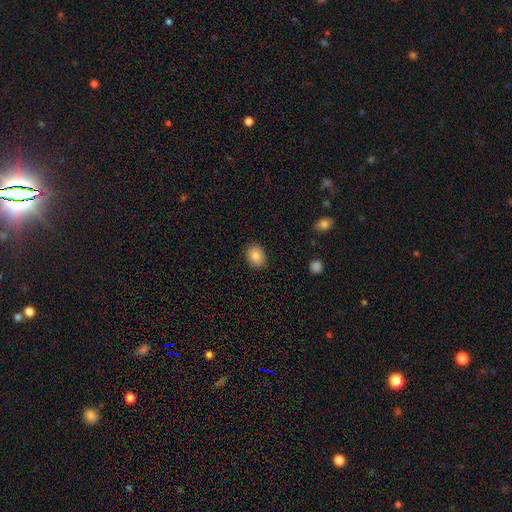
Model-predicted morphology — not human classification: A smooth galaxy with no disk features (81%) that is in between round and cigar-shaped (58%).

Vote fractions:
- Smooth or featured? smooth: 81% / featured or disk: 10% / star or artifact: 8%
- How rounded? in between: 58% / round: 41% / cigar-shaped: 1%
- Merging? none: 86% / minor disturbance: 11% / major disturbance: 2% / merger: 1%